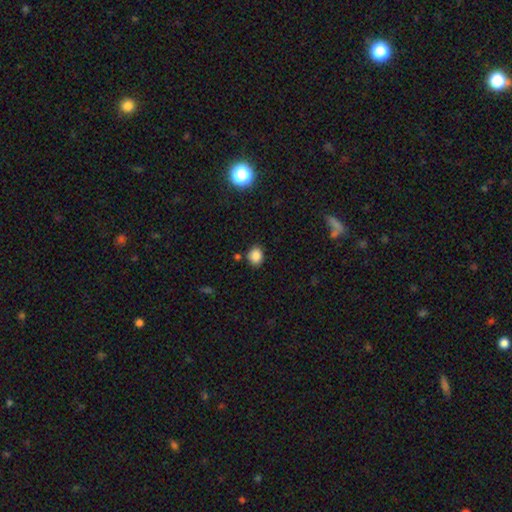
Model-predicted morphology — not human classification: Smooth or featured?
  - smooth: 85% *
  - star or artifact: 11%
  - featured or disk: 4%
How rounded?
  - round: 56% *
  - in between: 43%
  - cigar-shaped: 1%
Merging?
  - none: 81% *
  - minor disturbance: 12%
  - merger: 4%
  - major disturbance: 3%